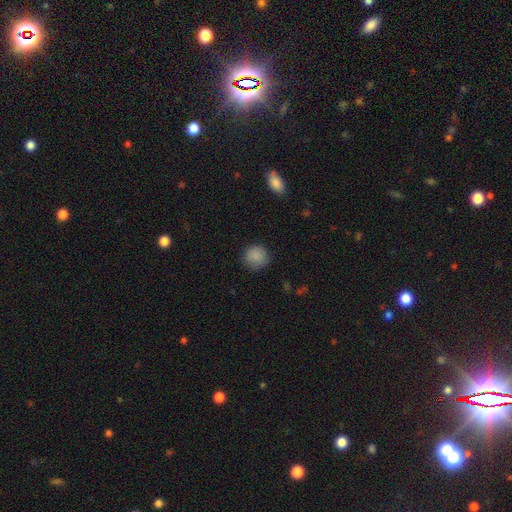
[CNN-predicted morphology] Smooth or featured? smooth (87%)
How rounded? round (91%)
Merging? none (84%)